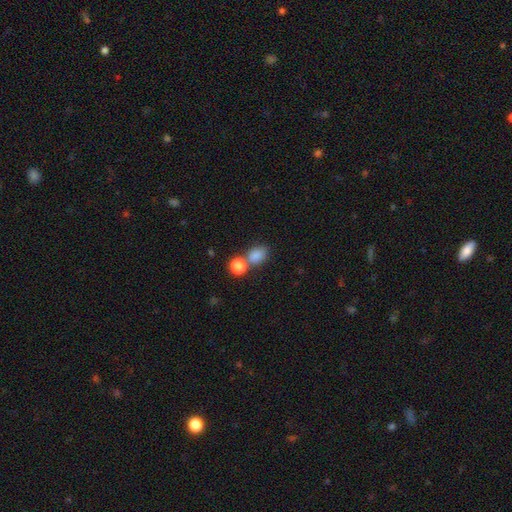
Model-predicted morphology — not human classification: This is clearly a smooth galaxy (81%). How rounded: likely in between (65%). Merging: possibly none (52%).